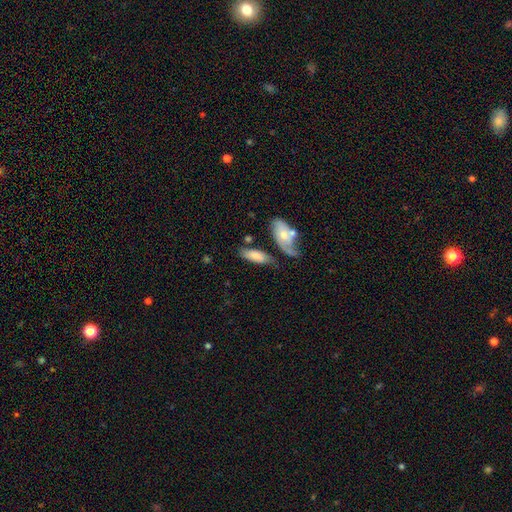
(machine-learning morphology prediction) type=smooth (71%); roundness=in between (72%); merging=none (49%).